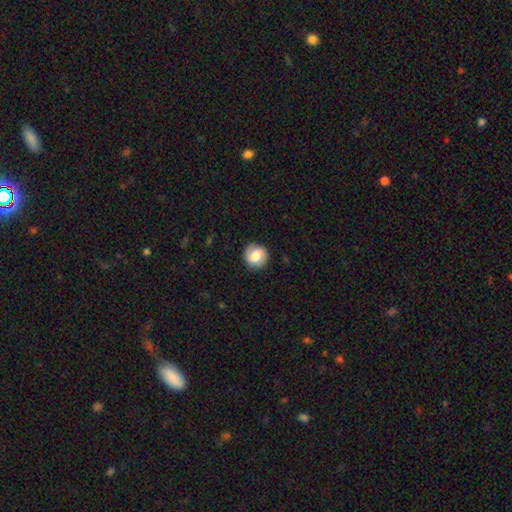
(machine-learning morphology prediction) smooth-or-featured: smooth: 77% | featured or disk: 15% | star or artifact: 8%
  how-rounded: round: 86% | in between: 13% | cigar-shaped: 1%
  merging: none: 87% | minor disturbance: 9% | major disturbance: 3% | merger: 1%